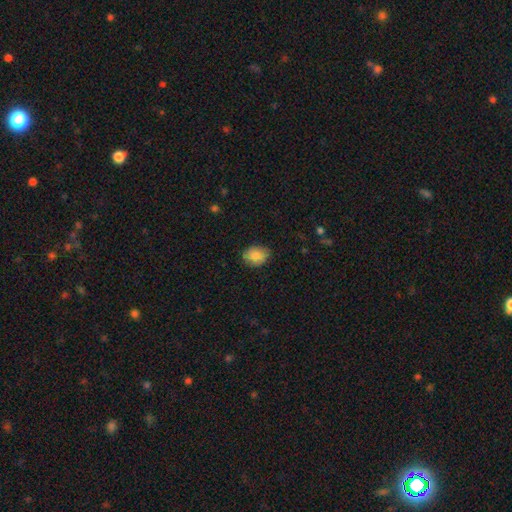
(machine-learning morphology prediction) smooth 87%, star or artifact 7%, featured or disk 6%. Down the decision tree: how rounded — in between (63%); merging — none (79%).